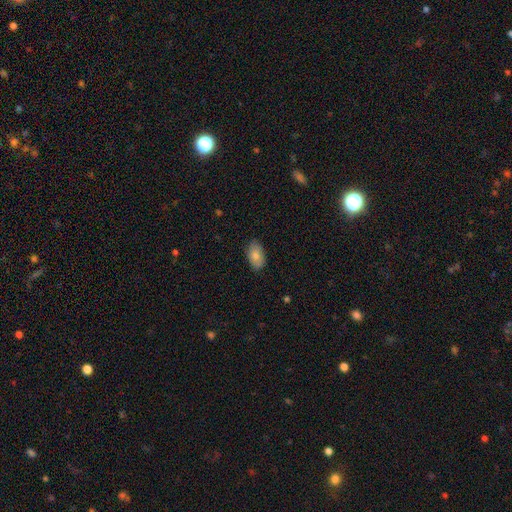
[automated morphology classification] Smooth or featured: smooth — 79% (featured or disk — 14%)
How rounded: in between — 93% (round — 5%)
Merging: none — 84% (minor disturbance — 13%)